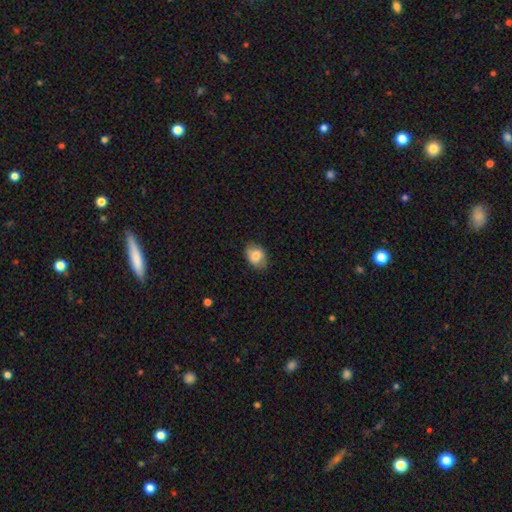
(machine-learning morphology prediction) smooth-or-featured: smooth: 80% | featured or disk: 13% | star or artifact: 8%
  how-rounded: in between: 75% | round: 24% | cigar-shaped: 1%
  merging: none: 77% | minor disturbance: 18% | major disturbance: 4% | merger: 1%